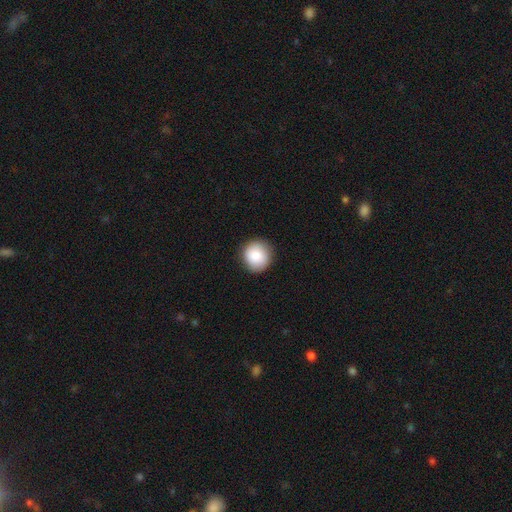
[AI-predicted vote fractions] Morphology: type=smooth (87%); roundness=round (91%); merging=none (89%).